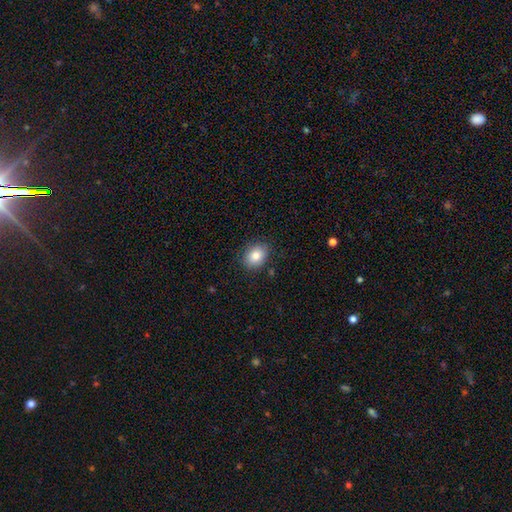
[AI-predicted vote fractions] Smooth or featured: smooth — 83% (star or artifact — 9%)
How rounded: in between — 63% (round — 36%)
Merging: none — 85% (minor disturbance — 11%)